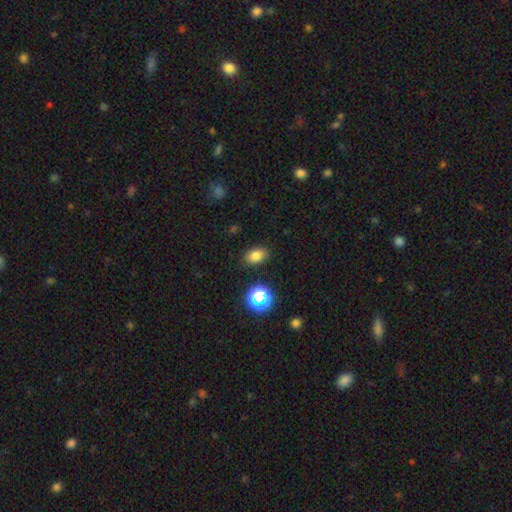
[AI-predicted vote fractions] This appears to be a smooth galaxy with no disk features (78%) that is in between round and cigar-shaped (79%). Merging: none (86%).